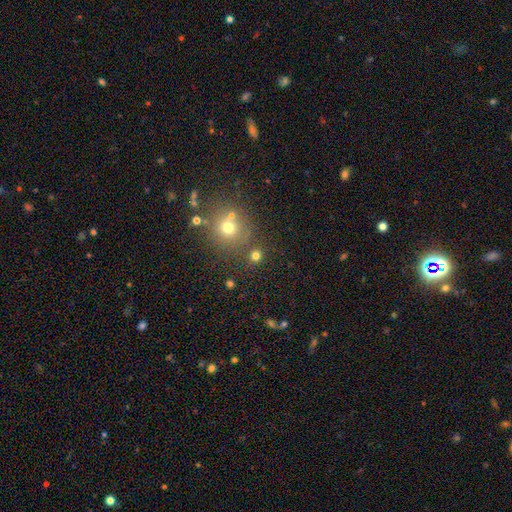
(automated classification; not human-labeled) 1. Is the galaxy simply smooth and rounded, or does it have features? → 74% smooth, 19% star or artifact, 7% featured or disk.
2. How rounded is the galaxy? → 88% round, 11% in between, 1% cigar-shaped.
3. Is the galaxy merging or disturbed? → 78% none, 11% merger, 8% minor disturbance, 4% major disturbance.